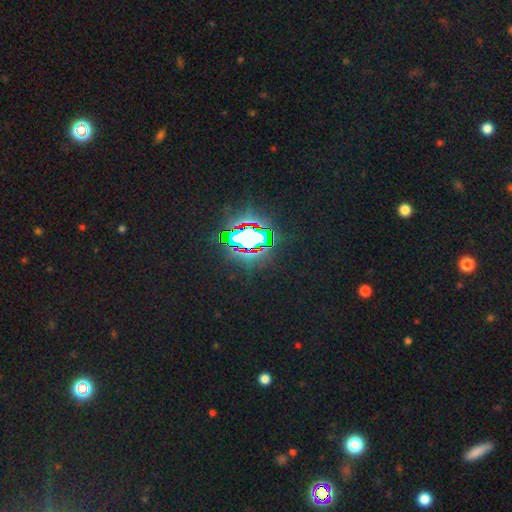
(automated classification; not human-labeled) The model was most divided on "smooth or featured": star or artifact: 83%, smooth: 10%, featured or disk: 7%.